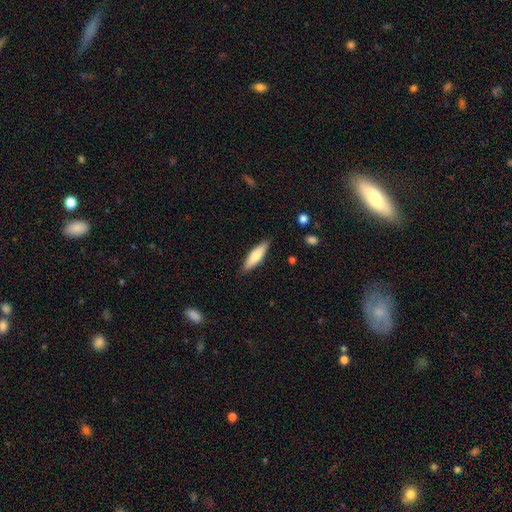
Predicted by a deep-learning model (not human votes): Overall: smooth (70%). How rounded: cigar-shaped (58%; in between 41%). Merging: none (86%).